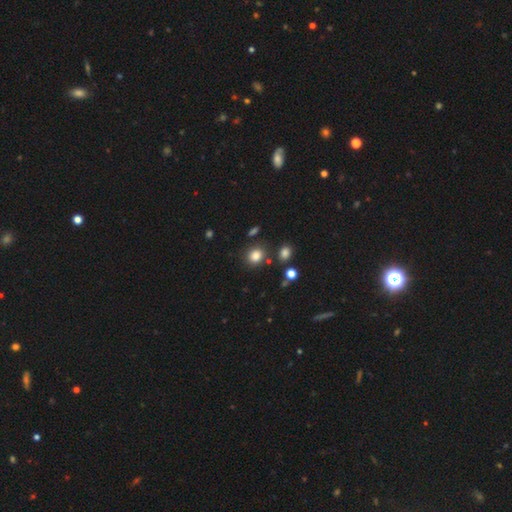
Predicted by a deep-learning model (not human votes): smooth 83%, star or artifact 12%, featured or disk 5%. Down the decision tree: how rounded — round (71%); merging — none (80%).